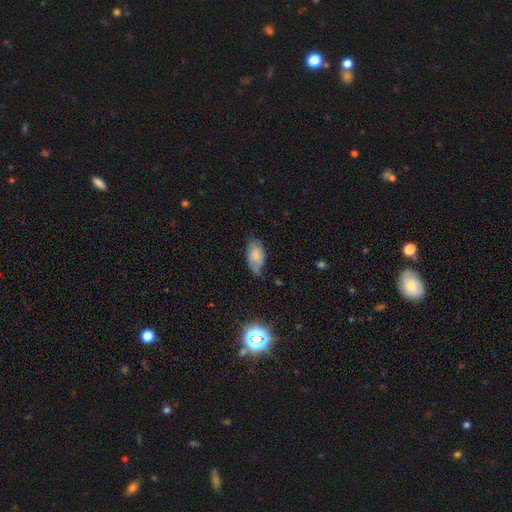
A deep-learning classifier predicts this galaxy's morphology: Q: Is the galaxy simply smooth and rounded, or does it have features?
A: smooth — 66%.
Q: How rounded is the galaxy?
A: in between — 92%.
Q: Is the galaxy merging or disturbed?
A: none — 57%.